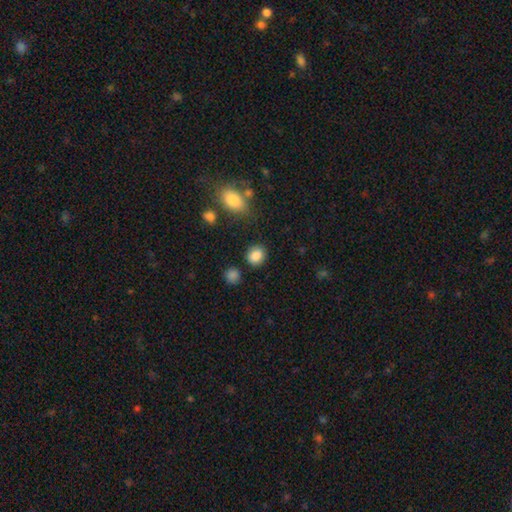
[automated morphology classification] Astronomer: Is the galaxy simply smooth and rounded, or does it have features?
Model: smooth — 87%.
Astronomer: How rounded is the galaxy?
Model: round — 62%.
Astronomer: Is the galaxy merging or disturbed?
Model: none — 83%.